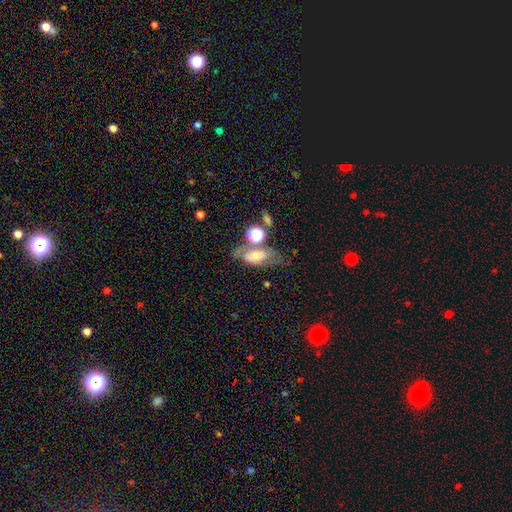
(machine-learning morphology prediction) Q: Smooth or featured?
A: featured or disk (46%); runner-up: smooth (40%)
Q: Merging?
A: none (45%); runner-up: minor disturbance (20%)